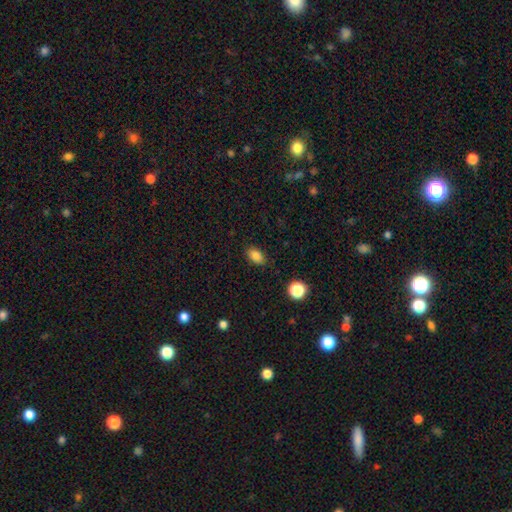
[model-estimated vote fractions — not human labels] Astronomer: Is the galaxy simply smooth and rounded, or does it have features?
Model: smooth — 84%.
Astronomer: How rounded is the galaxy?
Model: in between — 86%.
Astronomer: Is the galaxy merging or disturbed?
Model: none — 83%.